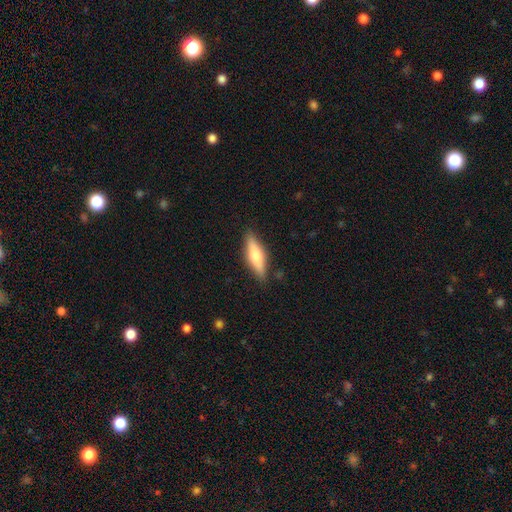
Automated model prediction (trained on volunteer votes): Overall: smooth (59%; featured or disk 35%). How rounded: cigar-shaped (65%; in between 33%). Merging: none (86%).